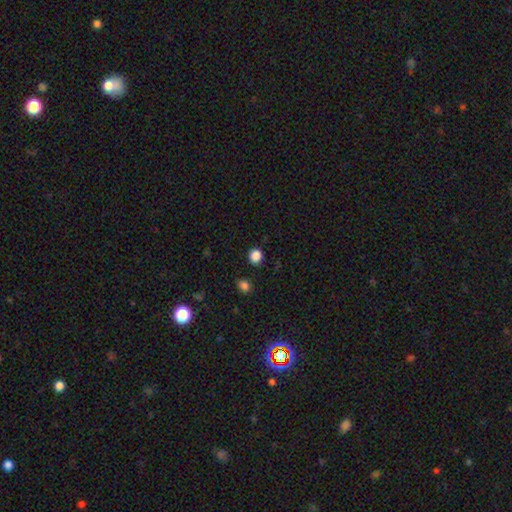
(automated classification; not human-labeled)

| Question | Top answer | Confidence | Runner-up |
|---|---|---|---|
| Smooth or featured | smooth | 86% | star or artifact (11%) |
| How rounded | round | 83% | in between (16%) |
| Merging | none | 89% | minor disturbance (7%) |